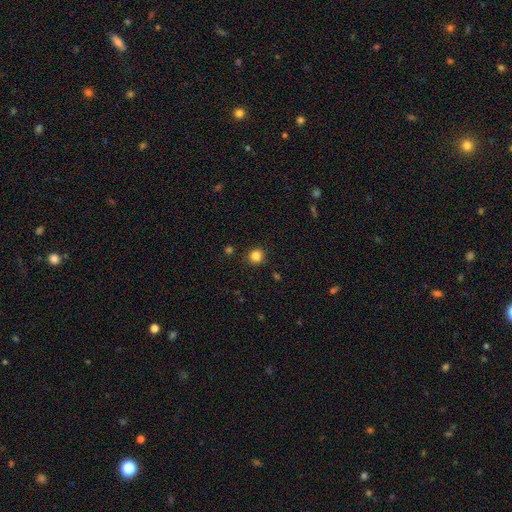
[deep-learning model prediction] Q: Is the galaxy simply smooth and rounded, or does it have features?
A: smooth — 84%.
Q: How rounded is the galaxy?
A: round — 89%.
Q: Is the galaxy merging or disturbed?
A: none — 89%.